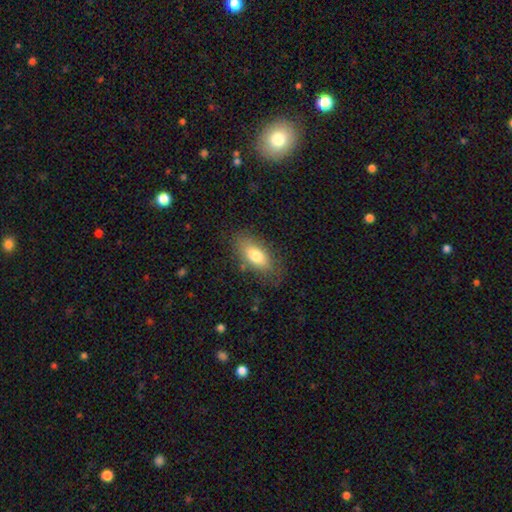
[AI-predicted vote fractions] smooth-or-featured: smooth: 74% | featured or disk: 18% | star or artifact: 7%
  how-rounded: in between: 86% | cigar-shaped: 10% | round: 4%
  merging: none: 76% | minor disturbance: 17% | major disturbance: 6% | merger: 2%